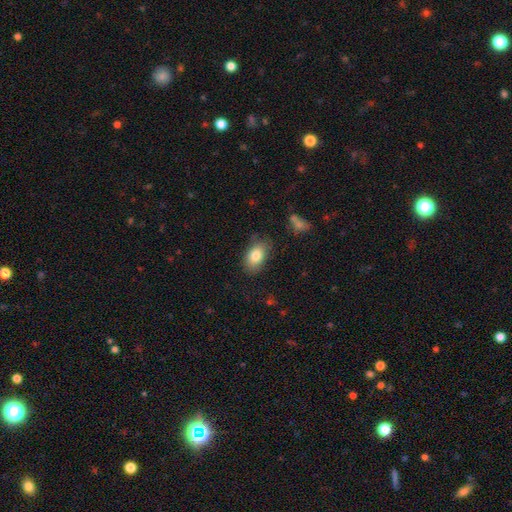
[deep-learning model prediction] A smooth galaxy with no disk features (83%) that is in between round and cigar-shaped (90%). Merging: none (76%).